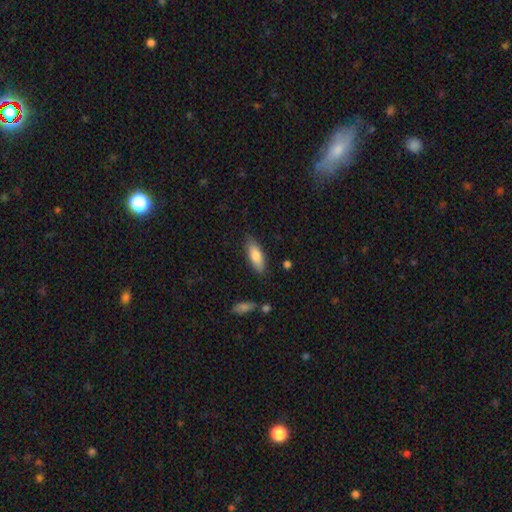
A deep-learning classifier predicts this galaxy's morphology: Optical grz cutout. It shows a smooth galaxy with no disk features (81%) that is in between round and cigar-shaped (70%). Merging: none (83%).